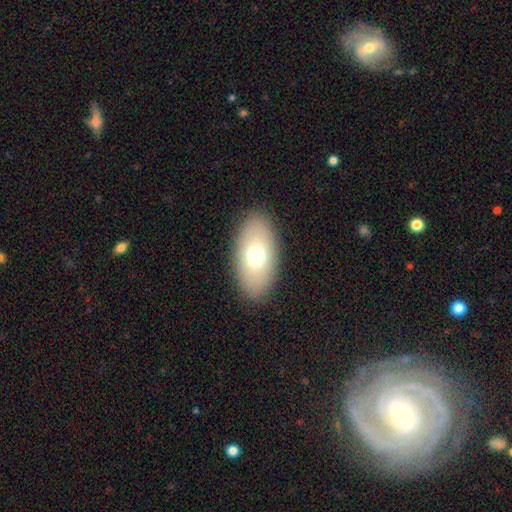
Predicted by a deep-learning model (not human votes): A smooth galaxy with no disk features (71%) that is in between round and cigar-shaped (93%).

Vote fractions:
- Smooth or featured? smooth: 71% / featured or disk: 21% / star or artifact: 8%
- How rounded? in between: 93% / round: 5% / cigar-shaped: 2%
- Merging? none: 88% / minor disturbance: 8% / major disturbance: 3% / merger: 1%